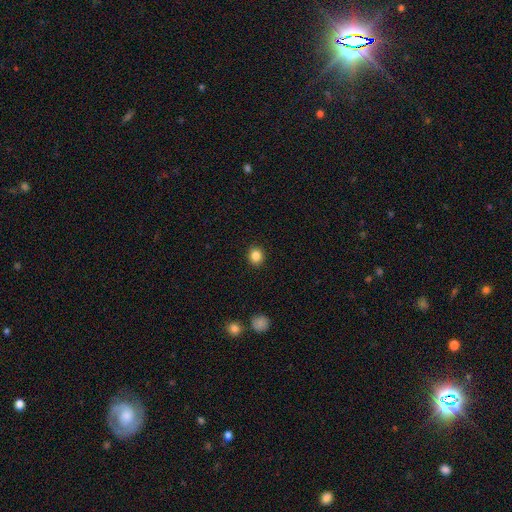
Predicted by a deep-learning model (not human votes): smooth 85%, star or artifact 11%, featured or disk 4%. Down the decision tree: how rounded — round (80%); merging — none (92%).